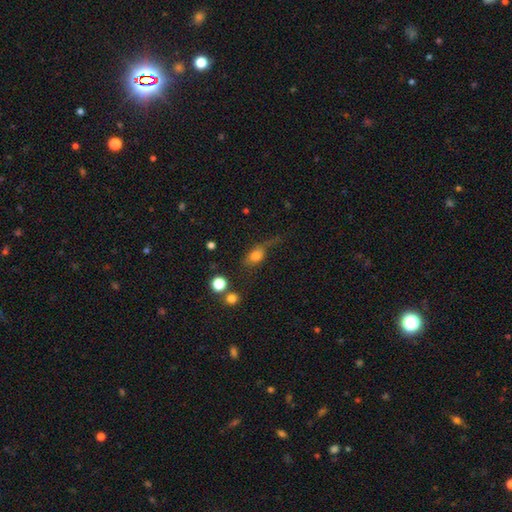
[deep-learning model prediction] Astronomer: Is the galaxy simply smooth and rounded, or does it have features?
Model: smooth — 73%.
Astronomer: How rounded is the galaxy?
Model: in between — 66%.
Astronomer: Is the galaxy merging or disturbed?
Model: none — 39% (runner-up: major disturbance, 27%).